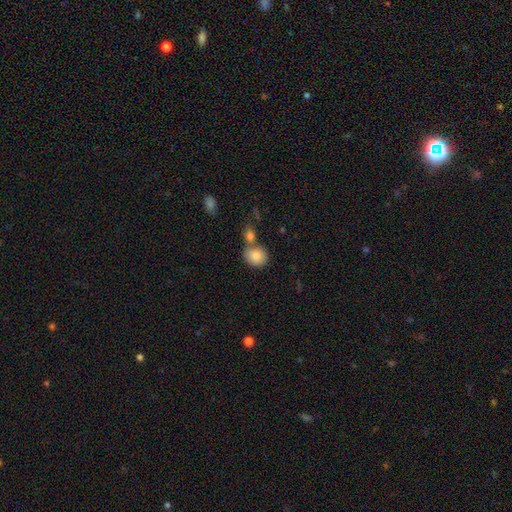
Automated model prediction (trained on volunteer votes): This appears to be a smooth galaxy with no disk features (85%) that is round (69%). Merging: none (50%).